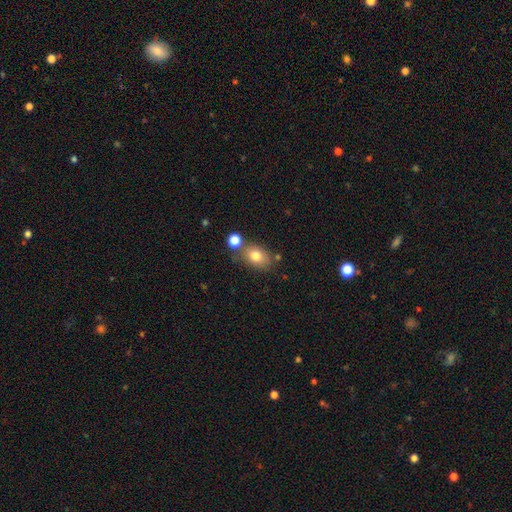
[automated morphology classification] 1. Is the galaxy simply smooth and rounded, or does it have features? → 79% smooth, 12% featured or disk, 10% star or artifact.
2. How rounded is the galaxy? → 70% in between, 29% round, 1% cigar-shaped.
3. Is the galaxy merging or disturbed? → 65% none, 16% minor disturbance, 15% merger, 5% major disturbance.